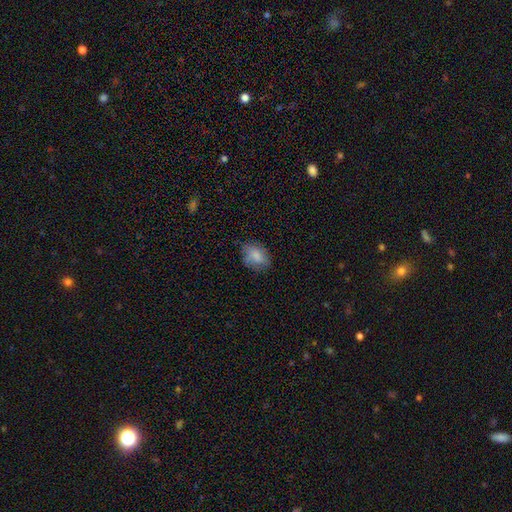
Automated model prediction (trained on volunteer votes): A smooth galaxy with no disk features (81%) that is in between round and cigar-shaped (77%).

Vote fractions:
- Smooth or featured? smooth: 81% / featured or disk: 11% / star or artifact: 8%
- How rounded? in between: 77% / round: 22% / cigar-shaped: 2%
- Merging? none: 68% / minor disturbance: 24% / major disturbance: 6% / merger: 1%